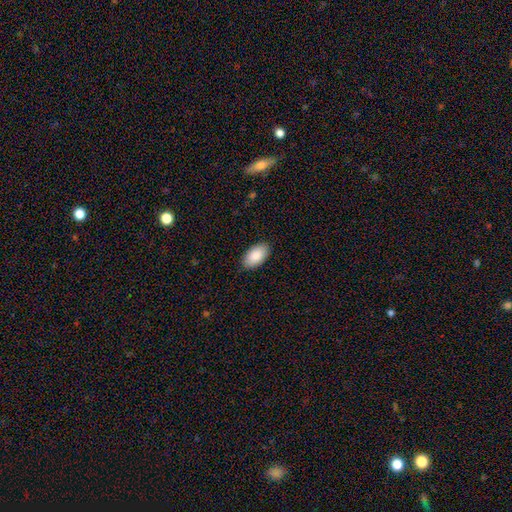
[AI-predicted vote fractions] Smooth or featured?
  - smooth: 89% *
  - star or artifact: 6%
  - featured or disk: 5%
How rounded?
  - in between: 96% *
  - round: 2%
  - cigar-shaped: 2%
Merging?
  - none: 89% *
  - minor disturbance: 8%
  - major disturbance: 2%
  - merger: 1%